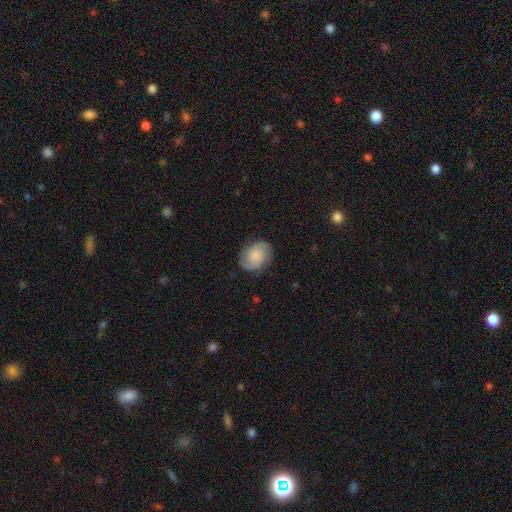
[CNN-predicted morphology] Smooth or featured? Predicted: smooth (p=0.51). How rounded? Predicted: in between (p=0.65). Merging? Predicted: none (p=0.79).